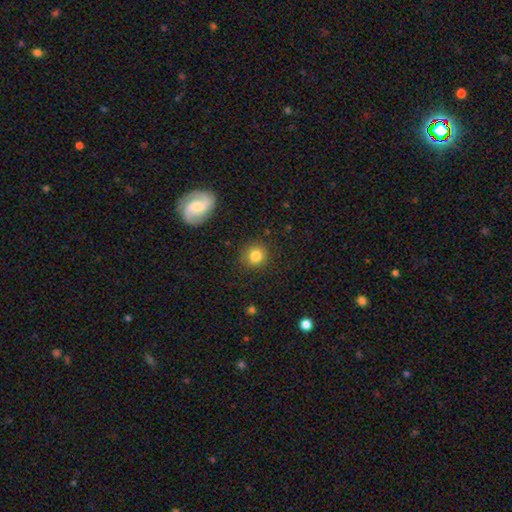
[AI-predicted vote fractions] This appears to be a smooth galaxy with no disk features (83%) that is round (83%). Merging: none (85%).